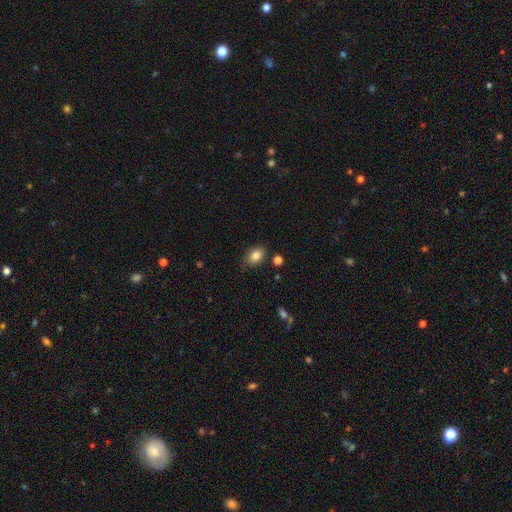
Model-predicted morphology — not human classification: This is clearly a smooth galaxy (84%). How rounded: clearly in between (81%). Merging: likely none (76%).